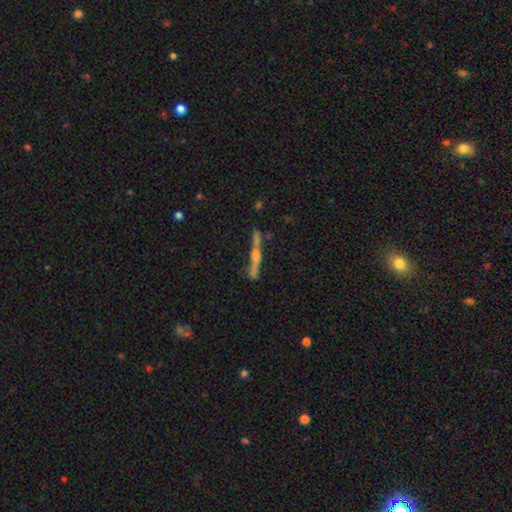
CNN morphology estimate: featured or disk 76%, smooth 16%, star or artifact 7%. Down the decision tree: edge-on disk — yes (97%); edge-on bulge — rounded (83%); merging — none (81%).